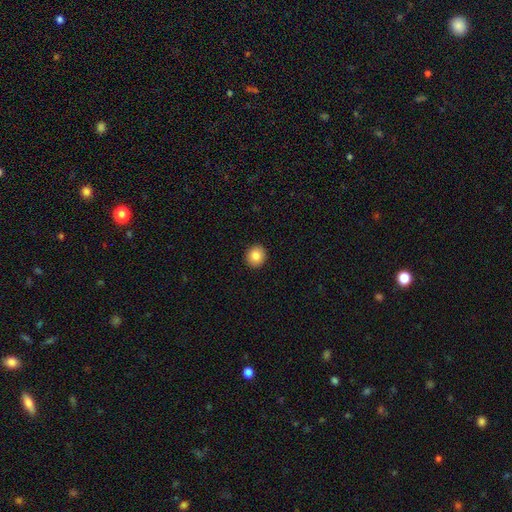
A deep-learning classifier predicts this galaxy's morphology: smooth-or-featured: smooth: 85% | star or artifact: 9% | featured or disk: 6%
  how-rounded: round: 87% | in between: 13% | cigar-shaped: 1%
  merging: none: 93% | minor disturbance: 5% | major disturbance: 2% | merger: 1%